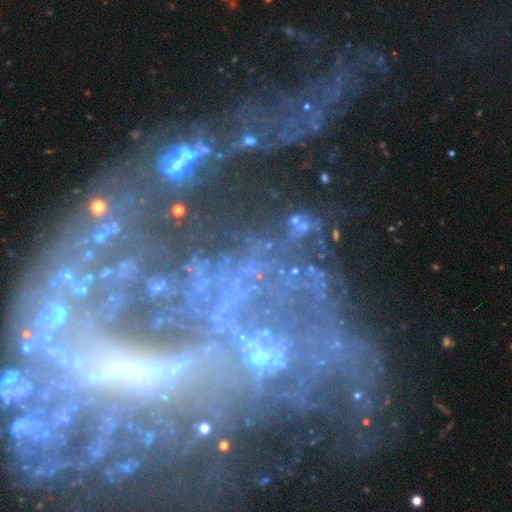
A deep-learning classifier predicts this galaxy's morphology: Q: Smooth or featured?
A: featured or disk (47%); runner-up: star or artifact (35%)
Q: Merging?
A: none (50%); runner-up: major disturbance (20%)